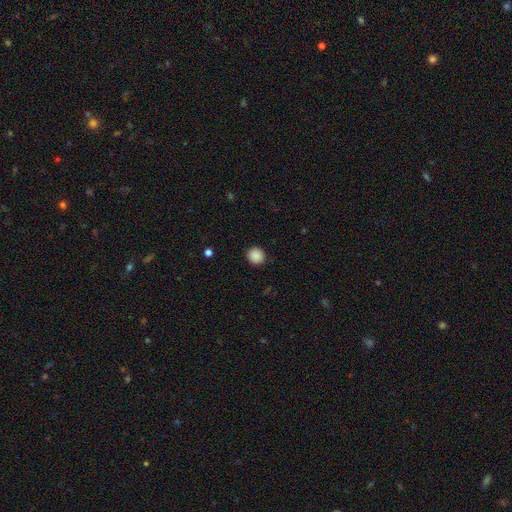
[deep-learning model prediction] The model was most divided on "how rounded": round: 86%, in between: 13%, cigar-shaped: 1%. More confident: merging — none (90%); smooth or featured — smooth (89%).